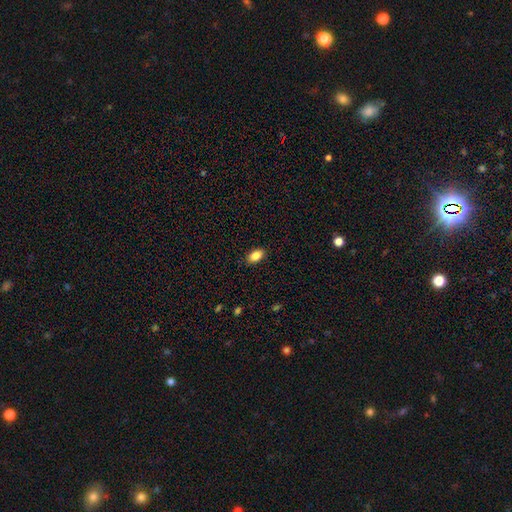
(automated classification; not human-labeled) Smooth or featured? smooth (85%)
How rounded? in between (90%)
Merging? none (88%)